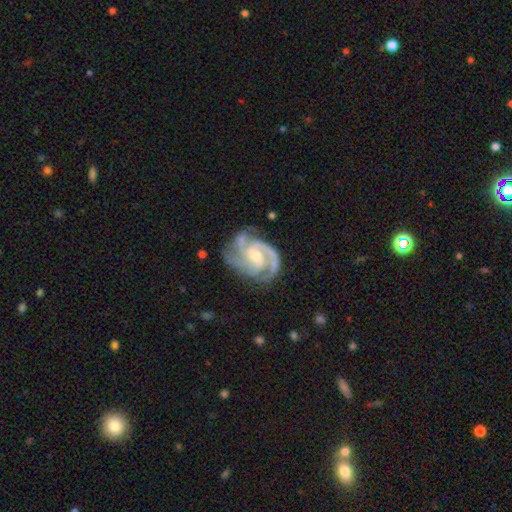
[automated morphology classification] This is clearly a featured or disk galaxy (93%). It is clearly not viewed edge-on (98%). Bar: possibly no (49%). Spiral arm pattern: clearly yes (99%). Spiral arm count: possibly 3 (58%). Spiral winding: possibly tight (51%). Central bulge: possibly moderate (48%). Merging: likely none (70%).